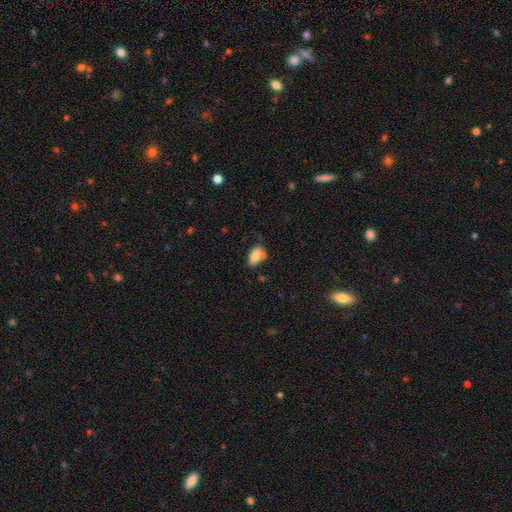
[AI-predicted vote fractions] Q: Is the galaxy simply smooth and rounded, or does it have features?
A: smooth — 78%.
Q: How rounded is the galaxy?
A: in between — 90%.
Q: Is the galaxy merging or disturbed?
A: none — 52%.